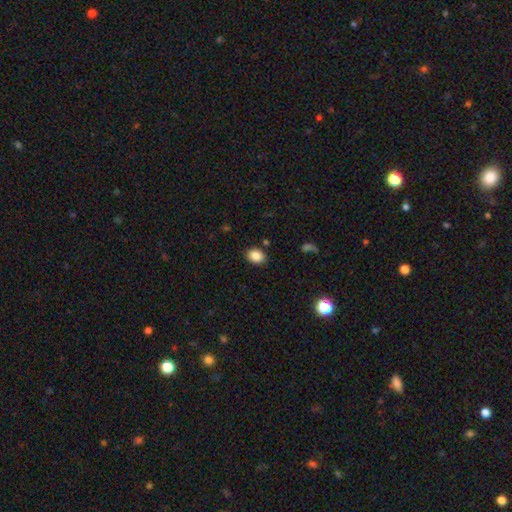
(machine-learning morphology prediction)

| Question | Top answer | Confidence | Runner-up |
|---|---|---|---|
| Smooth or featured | smooth | 86% | star or artifact (9%) |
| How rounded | in between | 68% | round (31%) |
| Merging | none | 86% | minor disturbance (9%) |